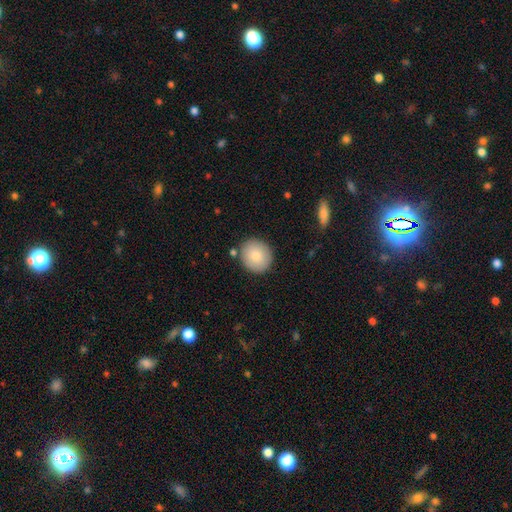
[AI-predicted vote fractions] A smooth galaxy with no disk features (84%) that is round (86%).

Vote fractions:
- Smooth or featured? smooth: 84% / featured or disk: 9% / star or artifact: 7%
- How rounded? round: 86% / in between: 13% / cigar-shaped: 1%
- Merging? none: 86% / minor disturbance: 9% / merger: 3% / major disturbance: 2%